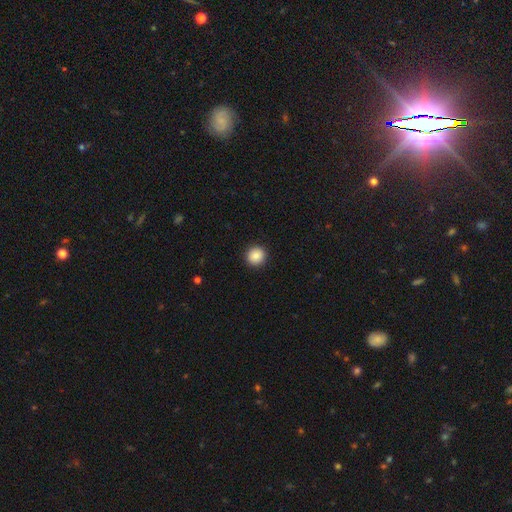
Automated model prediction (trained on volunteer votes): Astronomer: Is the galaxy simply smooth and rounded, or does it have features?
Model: smooth — 87%.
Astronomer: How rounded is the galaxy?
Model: round — 92%.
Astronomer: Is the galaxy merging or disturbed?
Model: none — 92%.